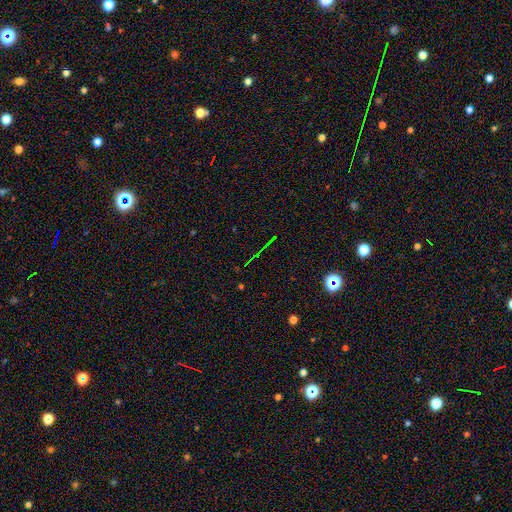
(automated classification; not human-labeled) star or artifact 73%, featured or disk 14%, smooth 13%.